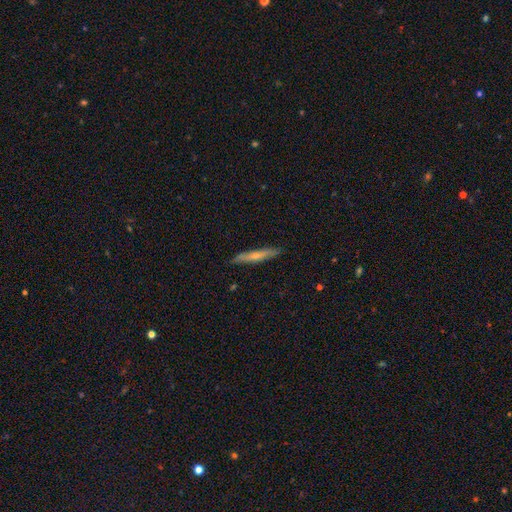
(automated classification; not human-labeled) smooth 53%, featured or disk 42%, star or artifact 6%. Down the decision tree: how rounded — cigar-shaped (92%); merging — none (85%).